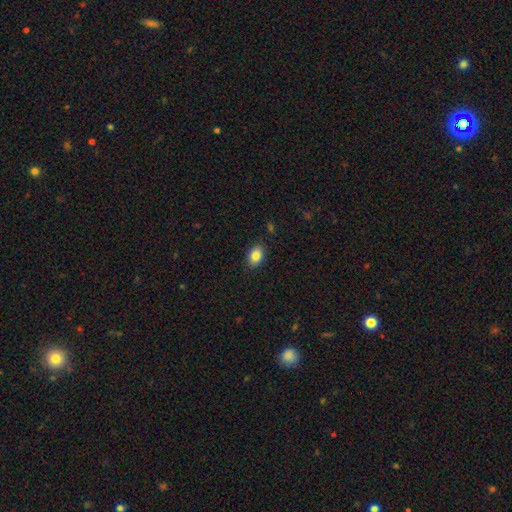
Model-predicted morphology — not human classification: Smooth or featured? Predicted: smooth (p=0.85). How rounded? Predicted: in between (p=0.80). Merging? Predicted: none (p=0.87).